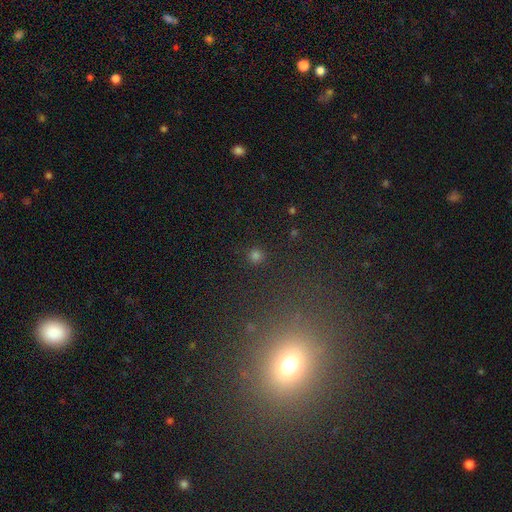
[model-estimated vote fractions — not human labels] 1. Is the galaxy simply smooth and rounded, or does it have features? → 72% smooth, 23% star or artifact, 6% featured or disk.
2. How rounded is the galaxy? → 94% round, 5% in between, 1% cigar-shaped.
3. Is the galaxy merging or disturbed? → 90% none, 5% minor disturbance, 2% major disturbance, 2% merger.